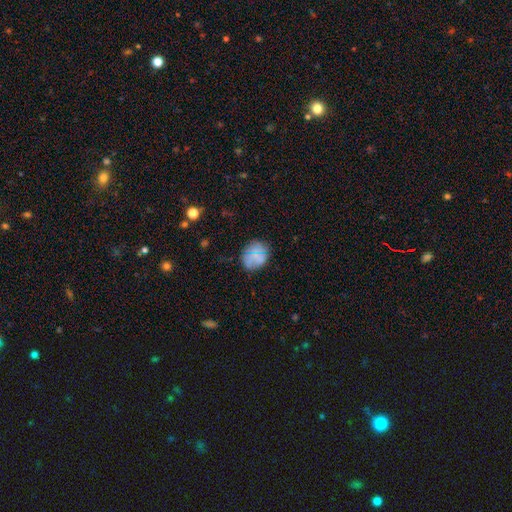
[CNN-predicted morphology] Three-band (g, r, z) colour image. It shows a smooth galaxy with no disk features (68%) that is round (62%). Merging: none (68%).